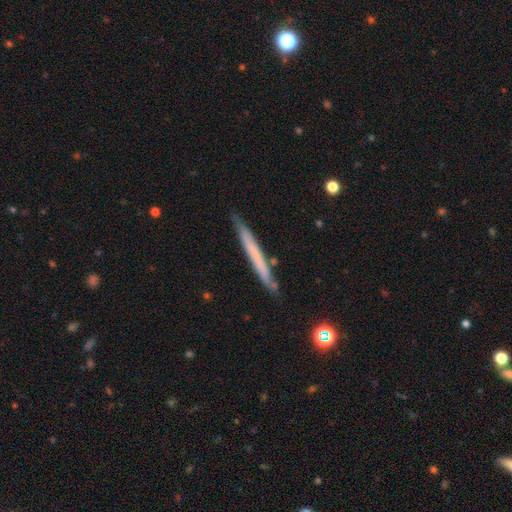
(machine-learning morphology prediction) smooth 52%, featured or disk 42%, star or artifact 6%. Down the decision tree: how rounded — cigar-shaped (97%); merging — none (85%).